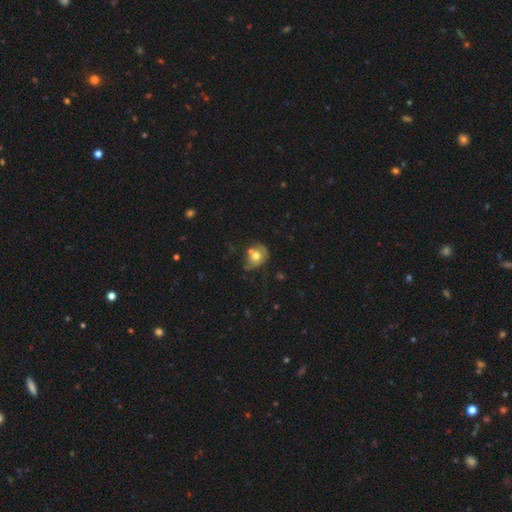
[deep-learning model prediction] Smooth or featured? smooth (63%)
How rounded? round (59%)
Merging? none (38%)